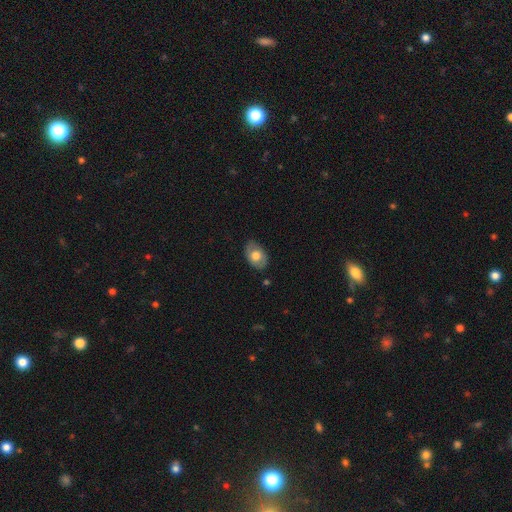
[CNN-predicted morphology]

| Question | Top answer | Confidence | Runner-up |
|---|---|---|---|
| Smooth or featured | smooth | 66% | featured or disk (27%) |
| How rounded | in between | 86% | round (13%) |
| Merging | none | 81% | minor disturbance (15%) |